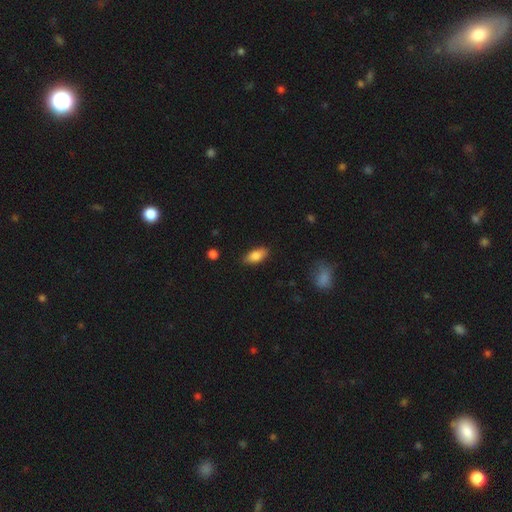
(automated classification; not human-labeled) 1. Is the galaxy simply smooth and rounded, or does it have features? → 81% smooth, 12% featured or disk, 7% star or artifact.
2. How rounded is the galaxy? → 85% in between, 12% cigar-shaped, 3% round.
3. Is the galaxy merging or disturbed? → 84% none, 12% minor disturbance, 2% major disturbance, 1% merger.